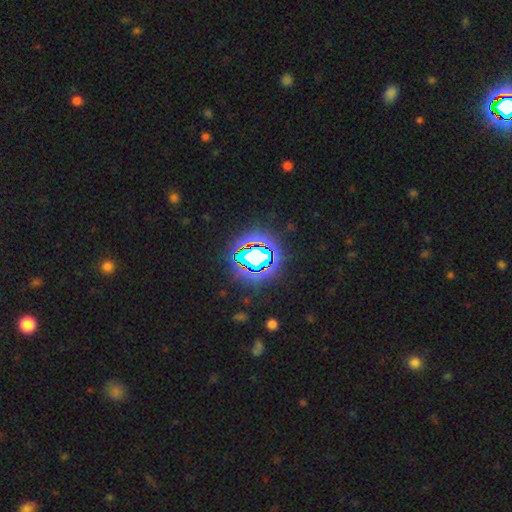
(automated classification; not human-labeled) This is likely a star or artifact rather than a galaxy (70%).